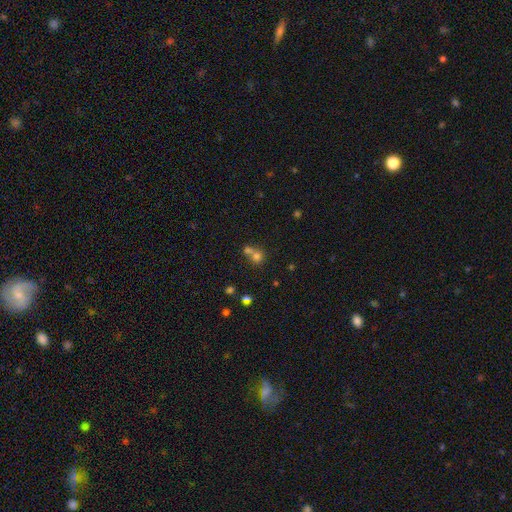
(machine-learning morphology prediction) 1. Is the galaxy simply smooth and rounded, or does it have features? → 63% smooth, 23% star or artifact, 14% featured or disk.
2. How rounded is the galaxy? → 82% round, 17% in between, 1% cigar-shaped.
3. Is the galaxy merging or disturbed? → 51% merger, 40% none, 6% minor disturbance, 3% major disturbance.